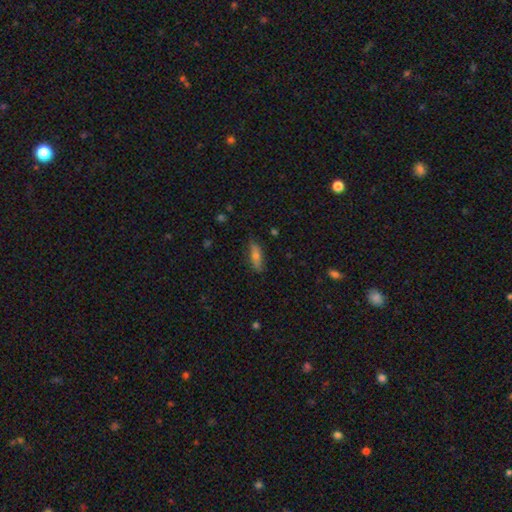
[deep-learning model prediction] A smooth galaxy with no disk features (63%) that is cigar-shaped (61%). Merging: none (82%).